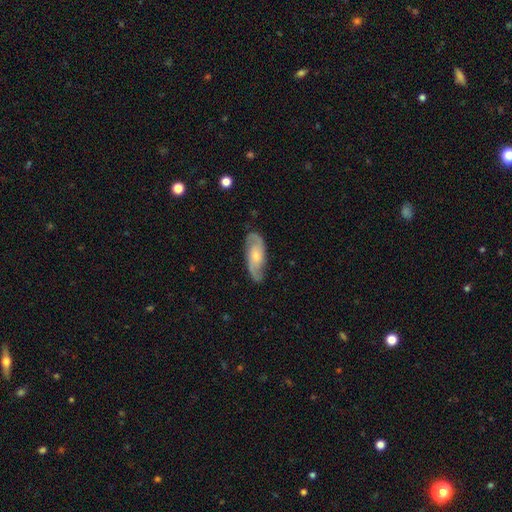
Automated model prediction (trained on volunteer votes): Smooth or featured? Predicted: featured or disk (p=0.77). Edge-on disk? Predicted: no (p=0.92). Bar? Predicted: no (p=0.60). Spiral arms? Predicted: yes (p=0.95). Spiral winding? Predicted: medium (p=0.50). Spiral arm count? Predicted: 2 (p=0.88). Bulge size? Predicted: moderate (p=0.43). Merging? Predicted: none (p=0.81).